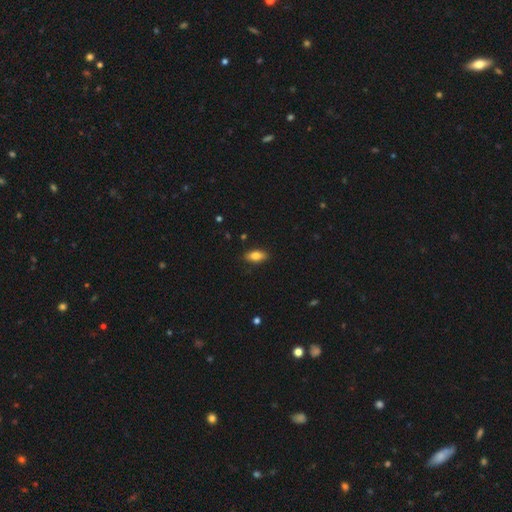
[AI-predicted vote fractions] Morphology: type=smooth (79%); roundness=in between (86%); merging=none (88%).